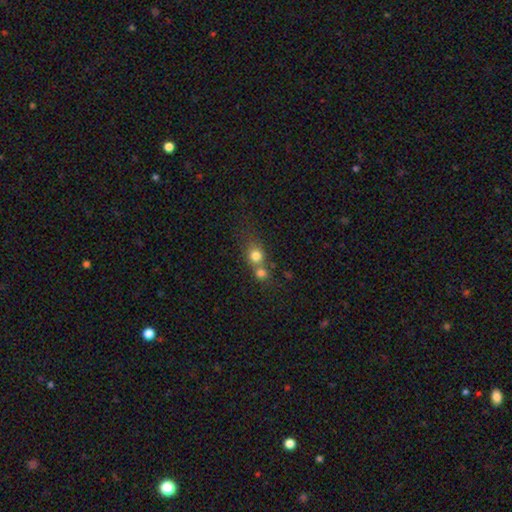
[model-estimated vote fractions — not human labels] Smooth or featured?
  - smooth: 77% *
  - star or artifact: 12%
  - featured or disk: 11%
How rounded?
  - round: 81% *
  - in between: 17%
  - cigar-shaped: 1%
Merging?
  - merger: 52% *
  - none: 37%
  - minor disturbance: 7%
  - major disturbance: 4%